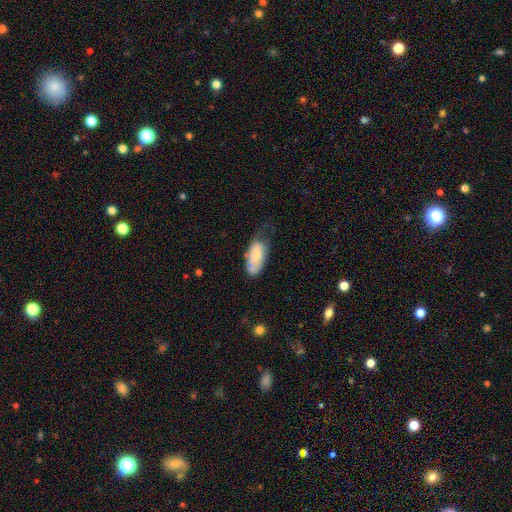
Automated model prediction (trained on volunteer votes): Smooth or featured?
  - smooth: 70% *
  - featured or disk: 24%
  - star or artifact: 6%
How rounded?
  - in between: 92% *
  - cigar-shaped: 6%
  - round: 3%
Merging?
  - minor disturbance: 38% *
  - none: 35%
  - major disturbance: 24%
  - merger: 3%